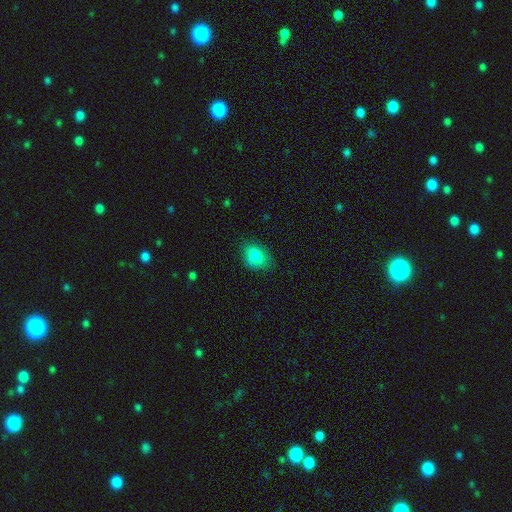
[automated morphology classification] Smooth or featured?
  - smooth: 85% *
  - star or artifact: 8%
  - featured or disk: 7%
How rounded?
  - in between: 72% *
  - round: 26%
  - cigar-shaped: 1%
Merging?
  - none: 77% *
  - minor disturbance: 18%
  - major disturbance: 4%
  - merger: 1%